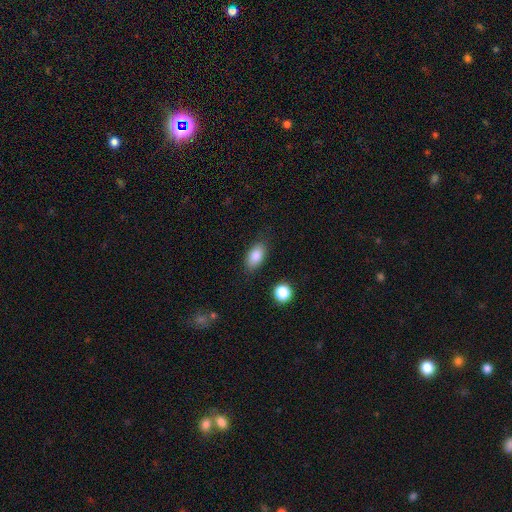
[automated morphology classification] smooth-or-featured: smooth: 84% | star or artifact: 8% | featured or disk: 8%
  how-rounded: in between: 90% | round: 5% | cigar-shaped: 4%
  merging: none: 82% | minor disturbance: 13% | major disturbance: 3% | merger: 2%